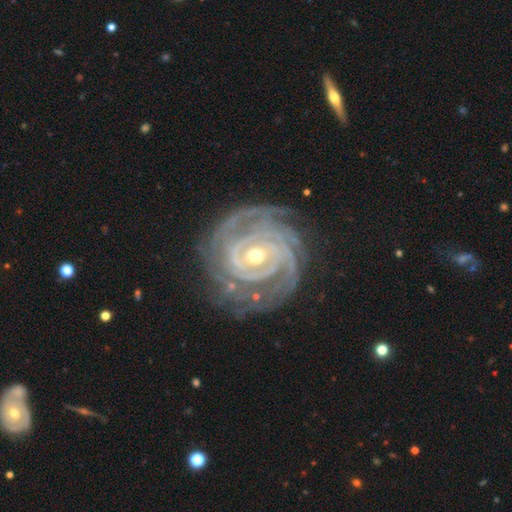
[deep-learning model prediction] Morphology: type=featured or disk (92%); edge-on=no (97%); bar=no (38%); spiral arms=yes (98%); winding=tight (82%); arm count=3 (26%); bulge=moderate (55%); merging=none (76%).